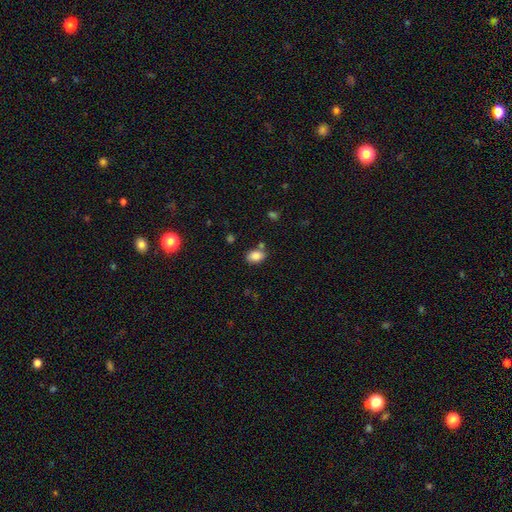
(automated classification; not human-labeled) This is clearly a smooth galaxy (86%). How rounded: clearly in between (81%). Merging: likely none (71%).